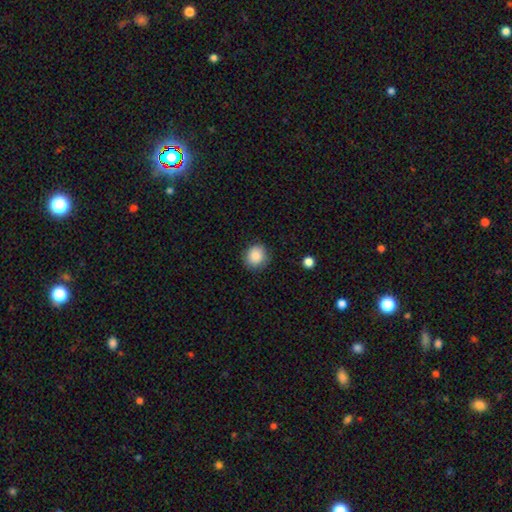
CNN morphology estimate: This appears to be a smooth galaxy with no disk features (88%) that is round (83%). Merging: none (85%).